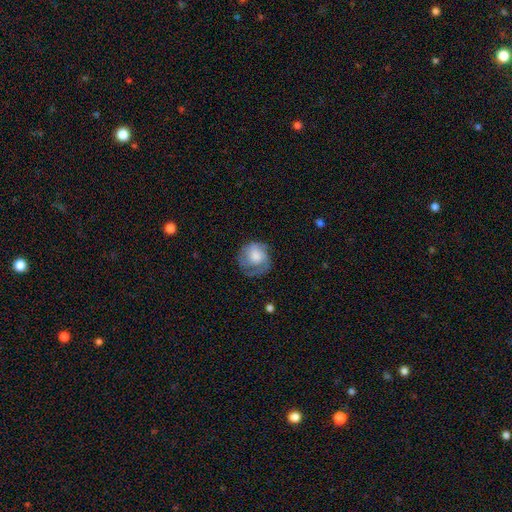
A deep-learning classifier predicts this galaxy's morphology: Q: Smooth or featured?
A: smooth (54%); runner-up: featured or disk (39%)
Q: How rounded?
A: round (83%); runner-up: in between (16%)
Q: Merging?
A: none (56%); runner-up: minor disturbance (25%)